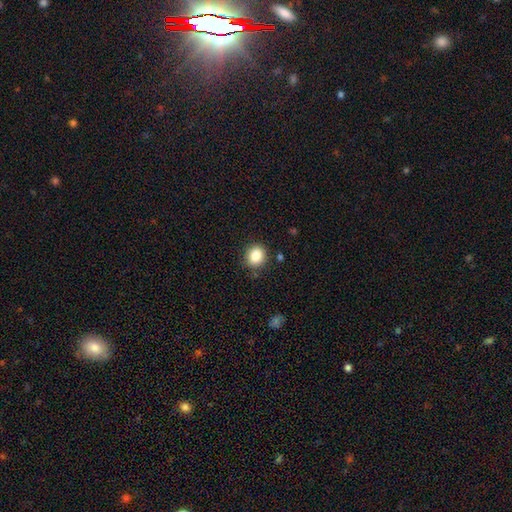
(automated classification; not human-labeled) smooth-or-featured: smooth: 84% | star or artifact: 10% | featured or disk: 6%
  how-rounded: round: 74% | in between: 25% | cigar-shaped: 1%
  merging: none: 87% | minor disturbance: 9% | major disturbance: 3% | merger: 2%